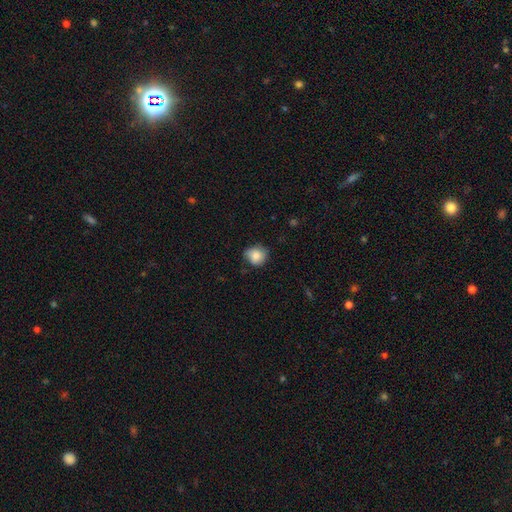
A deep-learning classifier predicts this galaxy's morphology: smooth_or_featured: smooth (p=0.82) [alt: featured or disk p=0.10]
how_rounded: round (p=0.80) [alt: in between p=0.19]
merging: none (p=0.65) [alt: minor disturbance p=0.28]